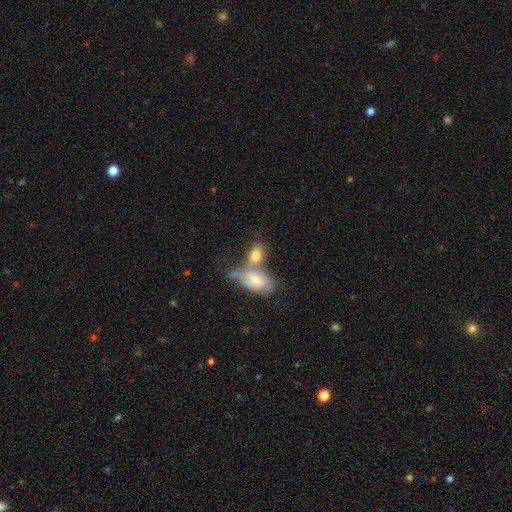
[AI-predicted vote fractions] smooth-or-featured: smooth: 72% | featured or disk: 22% | star or artifact: 7%
  how-rounded: in between: 87% | round: 10% | cigar-shaped: 3%
  merging: merger: 55% | none: 29% | minor disturbance: 12% | major disturbance: 5%